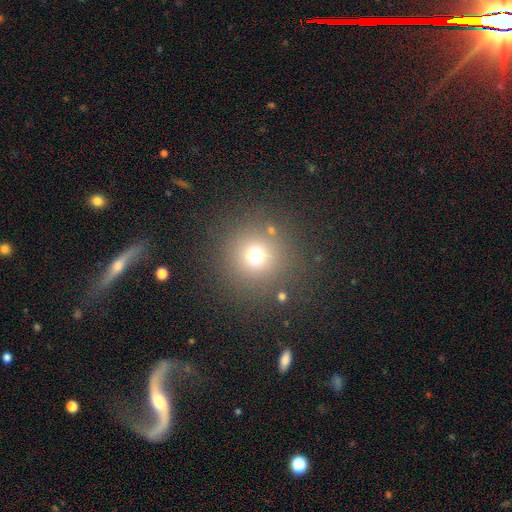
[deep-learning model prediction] Smooth or featured?
  - smooth: 70% *
  - star or artifact: 20%
  - featured or disk: 10%
How rounded?
  - round: 95% *
  - in between: 4%
  - cigar-shaped: 1%
Merging?
  - none: 83% *
  - minor disturbance: 8%
  - major disturbance: 5%
  - merger: 4%